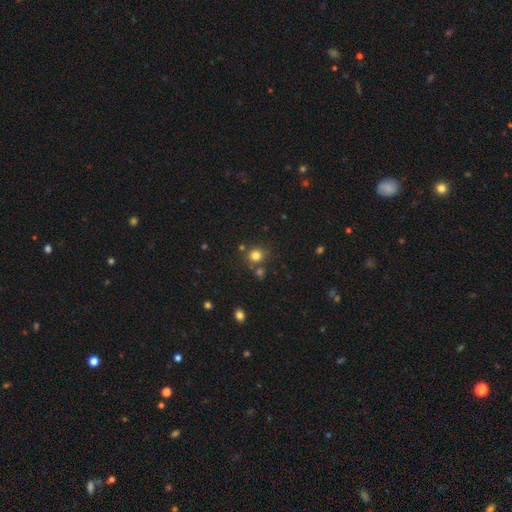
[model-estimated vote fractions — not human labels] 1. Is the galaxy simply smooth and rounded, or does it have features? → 79% smooth, 15% star or artifact, 7% featured or disk.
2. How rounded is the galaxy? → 88% round, 11% in between, 1% cigar-shaped.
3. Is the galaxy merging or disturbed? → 73% none, 14% merger, 10% minor disturbance, 4% major disturbance.